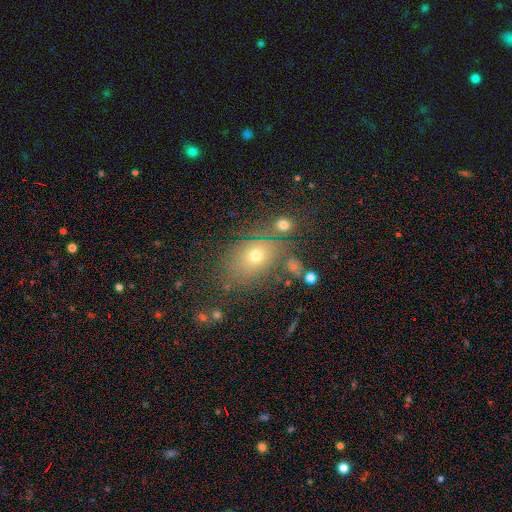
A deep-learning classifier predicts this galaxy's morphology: Q: Smooth or featured?
A: smooth (66%); runner-up: star or artifact (17%)
Q: How rounded?
A: in between (71%); runner-up: round (27%)
Q: Merging?
A: none (66%); runner-up: minor disturbance (15%)